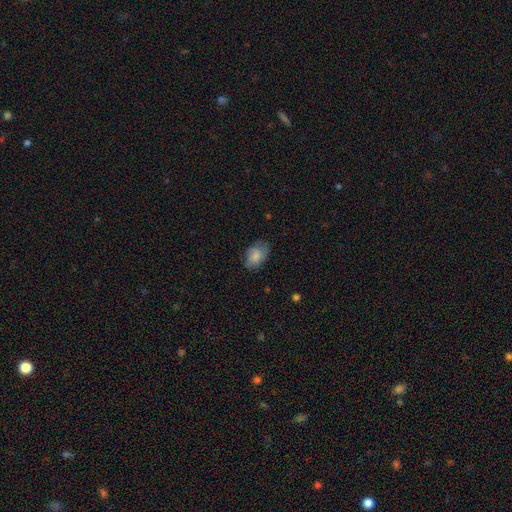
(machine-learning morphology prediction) The model was most divided on "merging": none: 65%, minor disturbance: 26%, major disturbance: 8%, merger: 1%. More confident: how rounded — in between (85%); smooth or featured — smooth (78%).